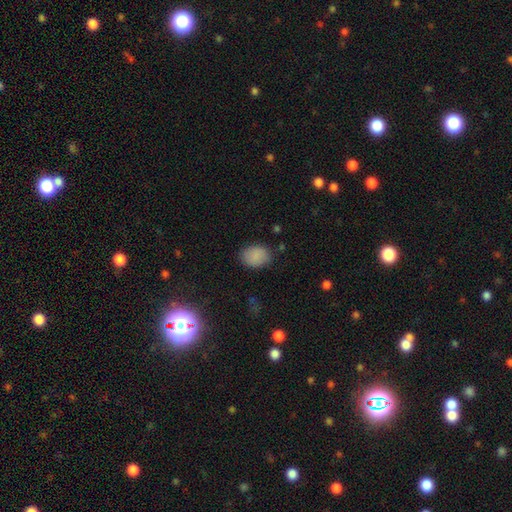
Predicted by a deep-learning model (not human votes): The model was most divided on "how rounded": in between: 71%, round: 28%, cigar-shaped: 1%. More confident: smooth or featured — smooth (86%); merging — none (83%).